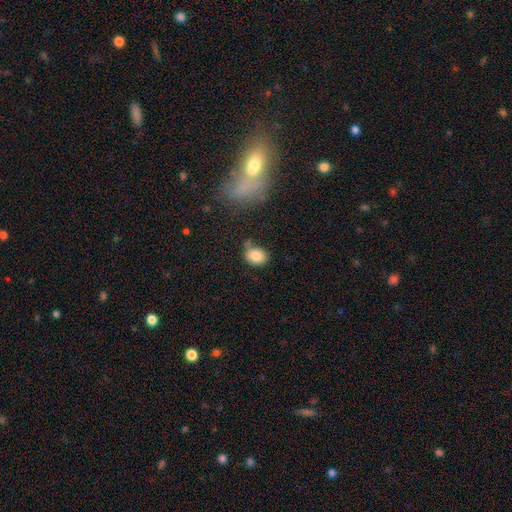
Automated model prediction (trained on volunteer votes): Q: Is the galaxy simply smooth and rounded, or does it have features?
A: smooth — 84%.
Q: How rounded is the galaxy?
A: in between — 56%.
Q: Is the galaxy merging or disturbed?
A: none — 62%.